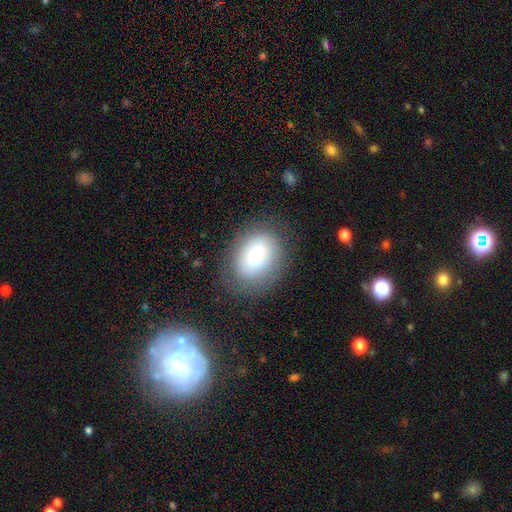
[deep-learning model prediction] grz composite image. It shows a smooth galaxy with no disk features (69%) that is in between round and cigar-shaped (54%). Merging: none (76%).